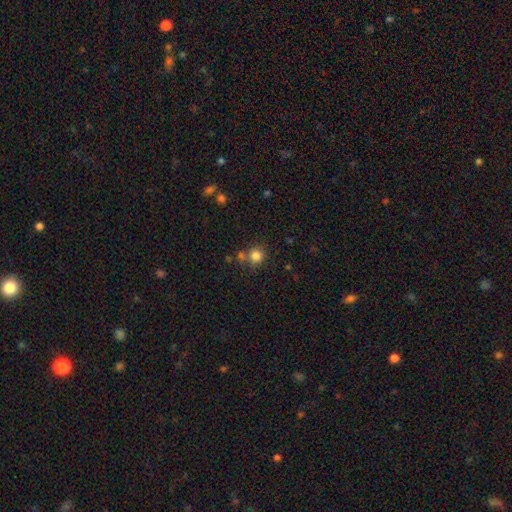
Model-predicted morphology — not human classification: This appears to be a smooth galaxy with no disk features (82%) that is round (91%). Merging: none (70%).